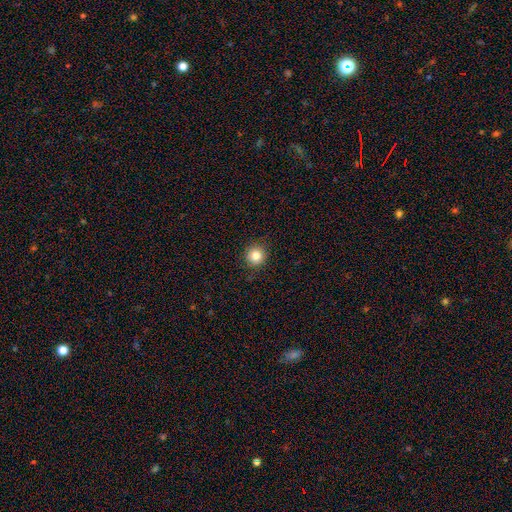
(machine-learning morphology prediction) A smooth galaxy with no disk features (83%) that is round (93%).

Vote fractions:
- Smooth or featured? smooth: 83% / star or artifact: 11% / featured or disk: 6%
- How rounded? round: 93% / in between: 6% / cigar-shaped: 1%
- Merging? none: 90% / minor disturbance: 7% / major disturbance: 2% / merger: 1%